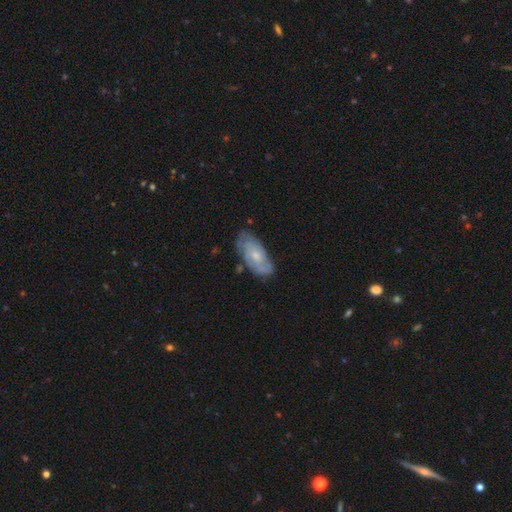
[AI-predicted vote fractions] Smooth or featured? featured or disk (64%)
Edge-on disk? no (92%)
Bar? no (74%)
Spiral arms? yes (81%)
Bulge size? small (54%)
Merging? none (69%)